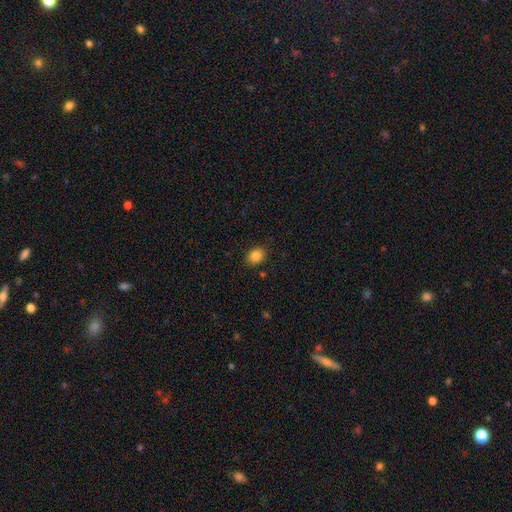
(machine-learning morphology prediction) Smooth or featured?
  - smooth: 84% *
  - star or artifact: 10%
  - featured or disk: 5%
How rounded?
  - in between: 51% *
  - round: 48%
  - cigar-shaped: 1%
Merging?
  - none: 87% *
  - minor disturbance: 9%
  - major disturbance: 2%
  - merger: 1%